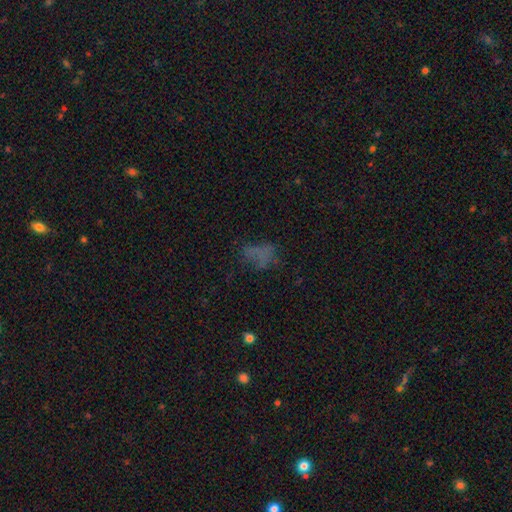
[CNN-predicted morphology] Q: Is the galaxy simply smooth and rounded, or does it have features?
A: smooth — 47%.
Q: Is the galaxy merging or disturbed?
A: none — 49%.